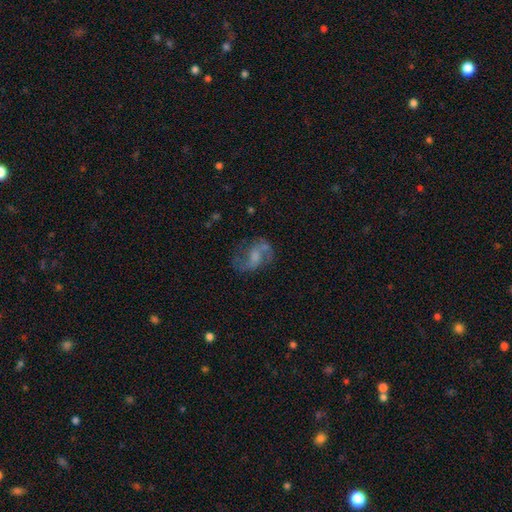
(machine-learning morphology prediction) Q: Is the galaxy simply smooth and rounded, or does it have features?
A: featured or disk — 75%.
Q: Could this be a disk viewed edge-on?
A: no — 97%.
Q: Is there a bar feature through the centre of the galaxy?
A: weak — 47%.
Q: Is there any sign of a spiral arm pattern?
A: yes — 89%.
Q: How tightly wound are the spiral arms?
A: loose — 51%.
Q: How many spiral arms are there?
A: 2 — 88%.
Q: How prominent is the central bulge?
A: none — 32%.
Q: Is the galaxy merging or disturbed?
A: none — 63%.